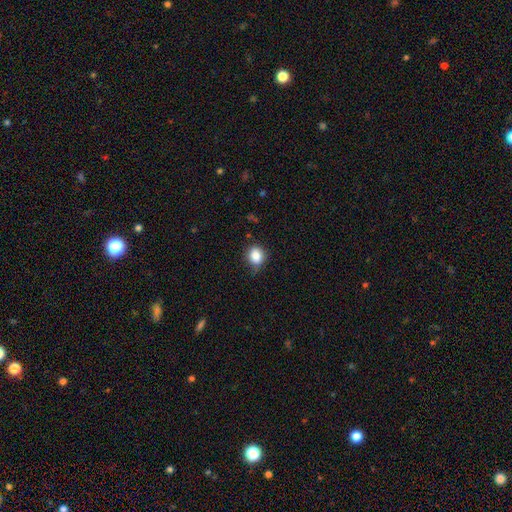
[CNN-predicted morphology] Smooth or featured? smooth (85%)
How rounded? round (68%)
Merging? none (70%)